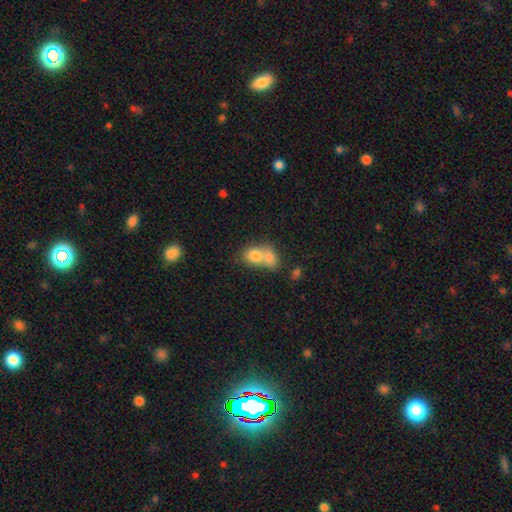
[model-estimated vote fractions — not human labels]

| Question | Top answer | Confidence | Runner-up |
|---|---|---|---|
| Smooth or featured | smooth | 77% | featured or disk (14%) |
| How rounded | in between | 51% | round (48%) |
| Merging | merger | 69% | none (22%) |